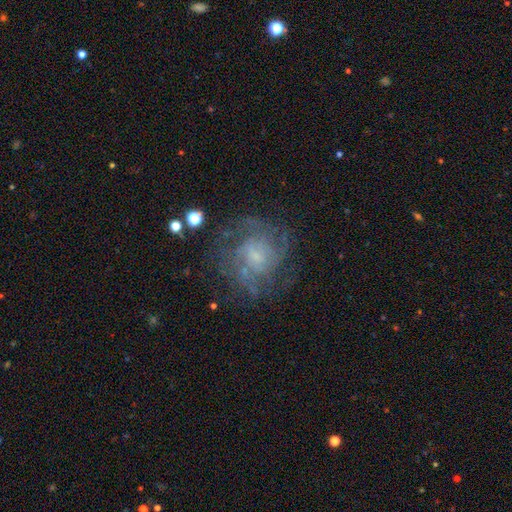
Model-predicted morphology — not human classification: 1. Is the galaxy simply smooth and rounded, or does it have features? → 69% featured or disk, 18% smooth, 13% star or artifact.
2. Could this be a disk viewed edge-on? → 97% no, 3% yes.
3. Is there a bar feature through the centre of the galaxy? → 65% no, 31% weak, 5% strong.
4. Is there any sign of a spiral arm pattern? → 82% yes, 18% no.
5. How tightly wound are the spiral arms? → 48% tight, 38% medium, 14% loose.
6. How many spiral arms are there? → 48% can't tell, 16% 3, 14% 2, 11% 4, 6% more than 4, 5% 1.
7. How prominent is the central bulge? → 50% small, 26% moderate, 19% none, 4% large, 1% dominant.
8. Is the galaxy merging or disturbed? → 69% none, 16% minor disturbance, 13% major disturbance, 2% merger.